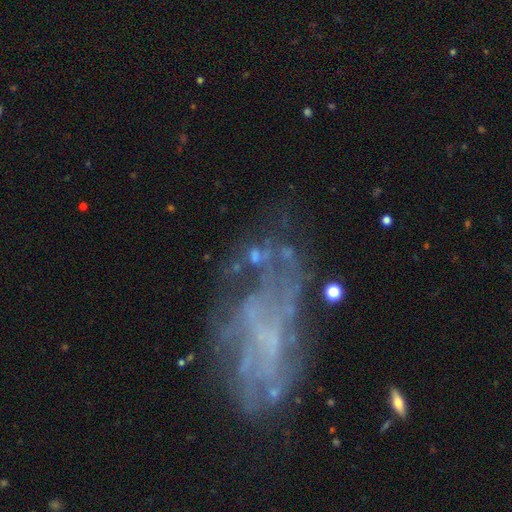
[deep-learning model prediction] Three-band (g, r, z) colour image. It shows a featured or disk galaxy (45%). Merging: none (41%).